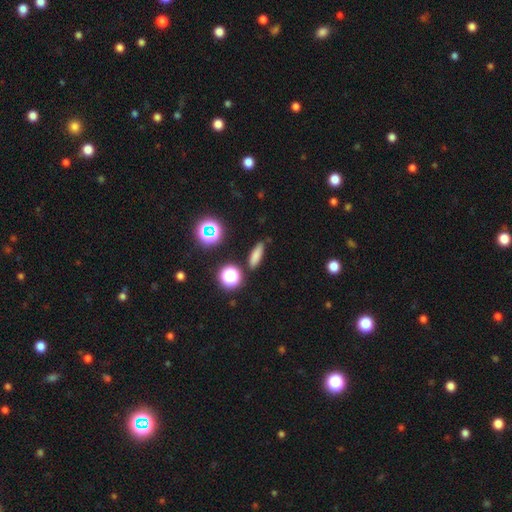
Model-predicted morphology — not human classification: A smooth galaxy with no disk features (75%) that is cigar-shaped (47%). Merging: none (83%).